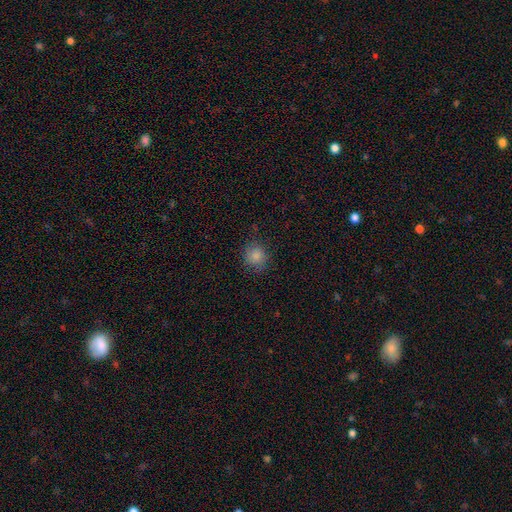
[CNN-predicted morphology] Smooth or featured?
  - smooth: 84% *
  - star or artifact: 10%
  - featured or disk: 6%
How rounded?
  - round: 82% *
  - in between: 17%
  - cigar-shaped: 1%
Merging?
  - none: 81% *
  - minor disturbance: 14%
  - major disturbance: 4%
  - merger: 1%